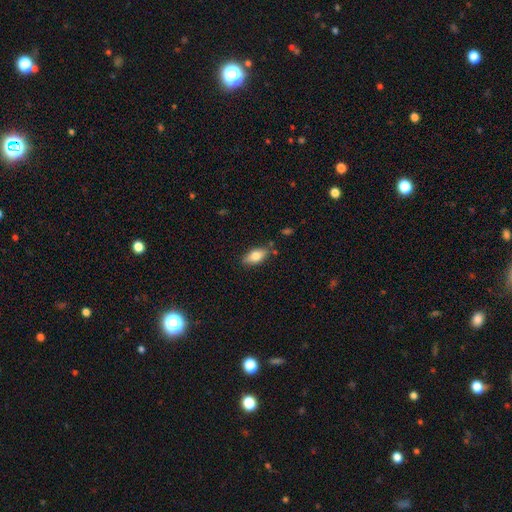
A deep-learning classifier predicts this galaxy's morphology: Smooth or featured? smooth (76%)
How rounded? in between (84%)
Merging? none (79%)